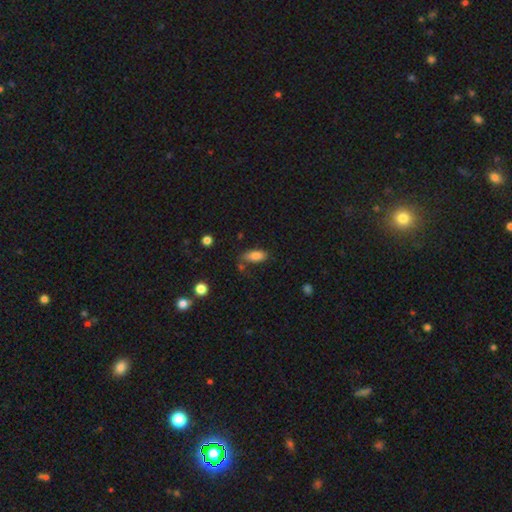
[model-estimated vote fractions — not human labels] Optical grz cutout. It shows a smooth galaxy with no disk features (83%) that is in between round and cigar-shaped (86%). Merging: none (66%).